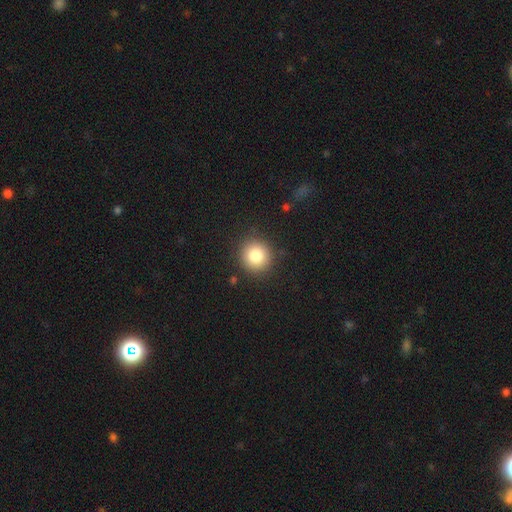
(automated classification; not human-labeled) Smooth or featured? Predicted: smooth (p=0.82). How rounded? Predicted: round (p=0.93). Merging? Predicted: none (p=0.89).